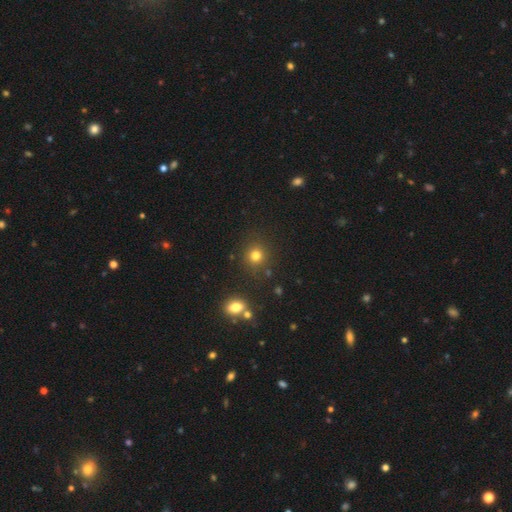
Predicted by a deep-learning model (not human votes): Q: Smooth or featured?
A: smooth (79%); runner-up: star or artifact (15%)
Q: How rounded?
A: round (90%); runner-up: in between (9%)
Q: Merging?
A: none (85%); runner-up: minor disturbance (8%)